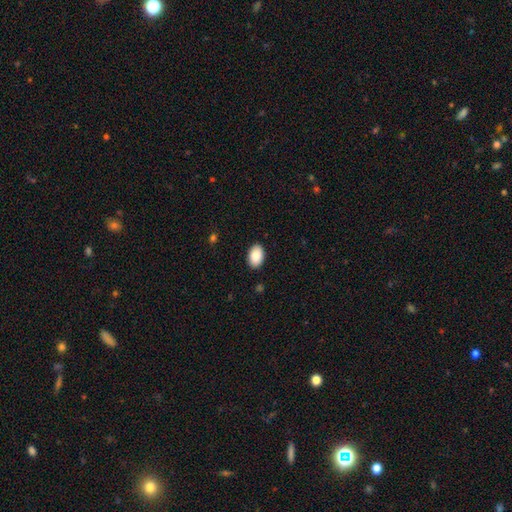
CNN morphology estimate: A smooth galaxy with no disk features (89%) that is in between round and cigar-shaped (90%).

Vote fractions:
- Smooth or featured? smooth: 89% / star or artifact: 6% / featured or disk: 4%
- How rounded? in between: 90% / round: 9% / cigar-shaped: 1%
- Merging? none: 90% / minor disturbance: 8% / major disturbance: 2% / merger: 1%